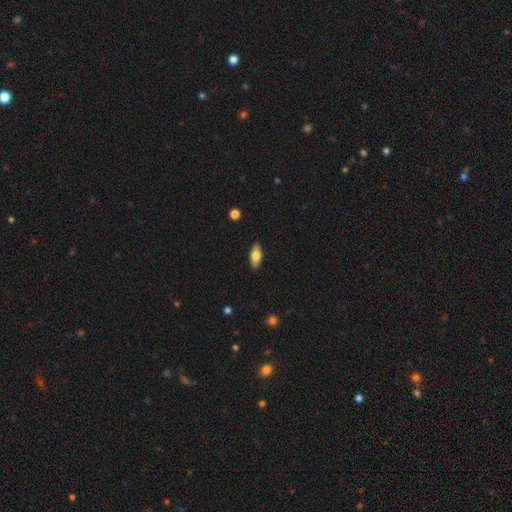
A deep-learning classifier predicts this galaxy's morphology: The model was most divided on "smooth or featured": smooth: 72%, featured or disk: 21%, star or artifact: 6%. More confident: merging — none (89%); how rounded — in between (80%).